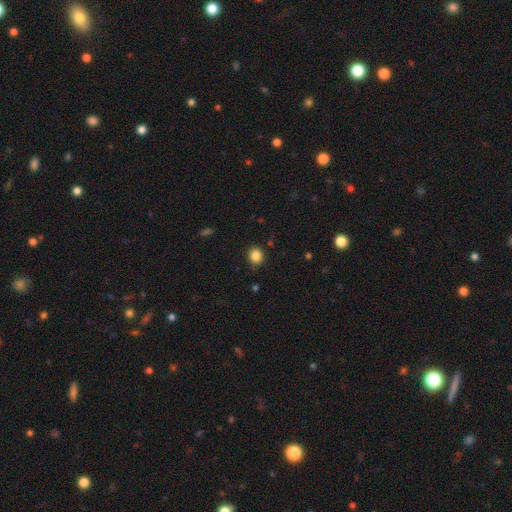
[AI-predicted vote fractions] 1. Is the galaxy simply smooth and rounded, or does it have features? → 86% smooth, 10% star or artifact, 4% featured or disk.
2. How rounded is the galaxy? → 72% round, 27% in between, 1% cigar-shaped.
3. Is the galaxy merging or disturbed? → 87% none, 10% minor disturbance, 2% major disturbance, 1% merger.